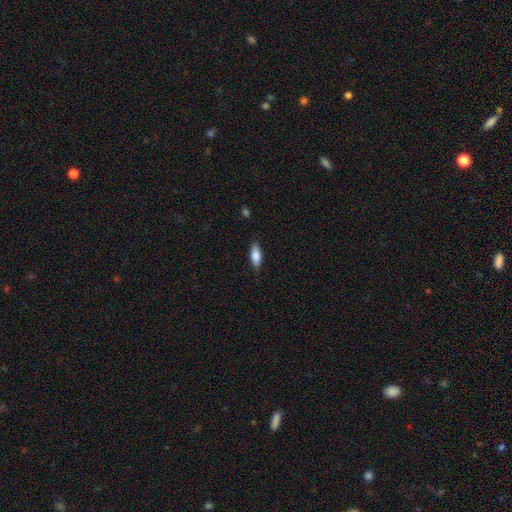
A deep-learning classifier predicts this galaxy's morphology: A smooth galaxy with no disk features (83%) that is in between round and cigar-shaped (73%). Merging: none (82%).